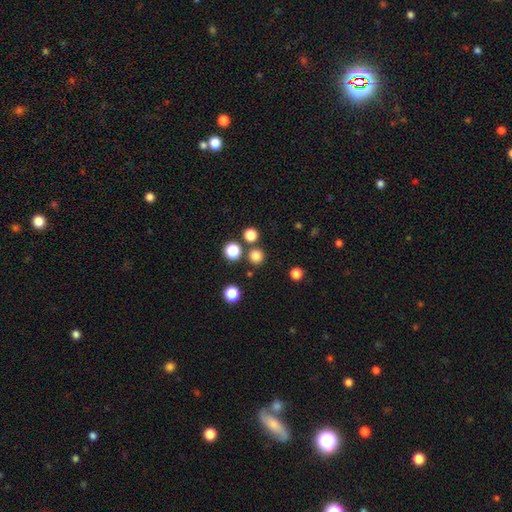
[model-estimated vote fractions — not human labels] smooth_or_featured: smooth (p=0.80) [alt: star or artifact p=0.16]
how_rounded: round (p=0.94) [alt: in between p=0.05]
merging: none (p=0.81) [alt: merger p=0.10]